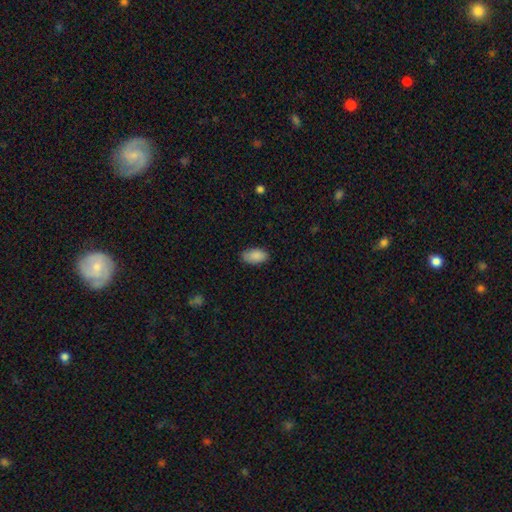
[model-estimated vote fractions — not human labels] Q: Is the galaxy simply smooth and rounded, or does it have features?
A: smooth — 89%.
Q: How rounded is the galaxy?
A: in between — 94%.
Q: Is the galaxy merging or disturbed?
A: none — 83%.